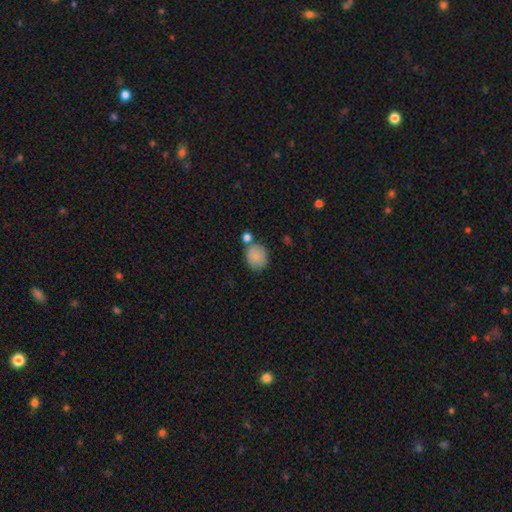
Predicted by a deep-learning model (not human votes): This appears to be a smooth galaxy with no disk features (84%) that is round (63%). Merging: none (65%).